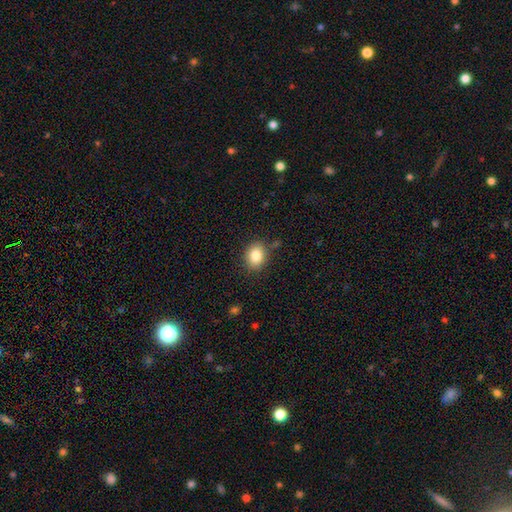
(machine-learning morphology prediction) Overall: smooth (84%). How rounded: in between (50%; round 49%). Merging: none (83%).